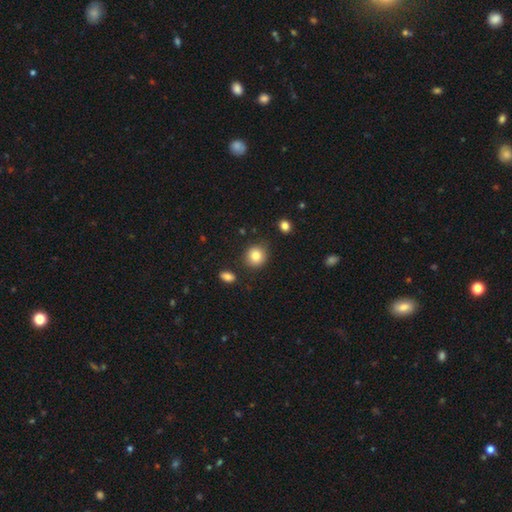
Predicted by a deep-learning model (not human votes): smooth 84%, star or artifact 9%, featured or disk 7%. Down the decision tree: how rounded — round (84%); merging — none (83%).